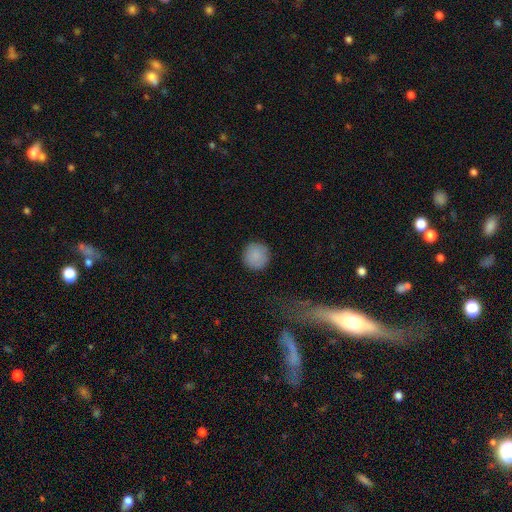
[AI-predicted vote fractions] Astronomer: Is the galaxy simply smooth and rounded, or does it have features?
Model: smooth — 88%.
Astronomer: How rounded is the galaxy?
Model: round — 95%.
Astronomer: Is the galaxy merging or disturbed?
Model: none — 90%.